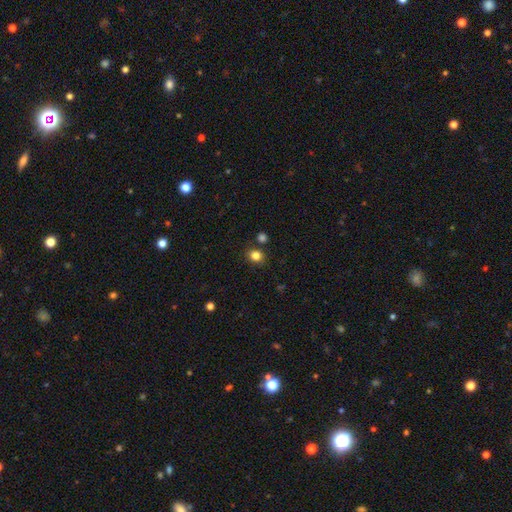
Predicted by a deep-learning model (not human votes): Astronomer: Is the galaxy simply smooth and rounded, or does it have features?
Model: smooth — 82%.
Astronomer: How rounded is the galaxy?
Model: round — 72%.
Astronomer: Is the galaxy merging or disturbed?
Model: none — 82%.